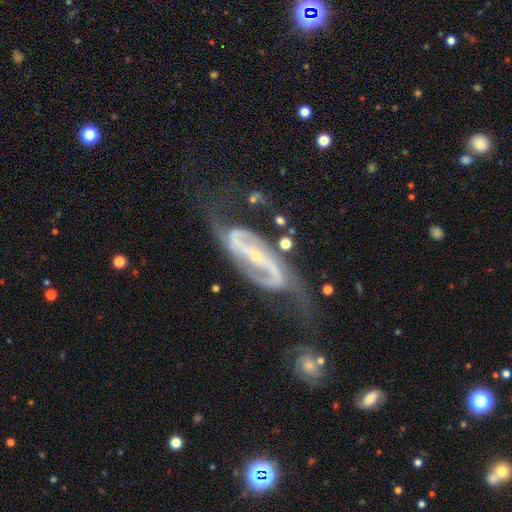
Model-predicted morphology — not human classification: Q: Smooth or featured?
A: featured or disk (91%); runner-up: star or artifact (5%)
Q: Edge-on disk?
A: no (94%); runner-up: yes (6%)
Q: Bar?
A: strong (66%); runner-up: weak (21%)
Q: Spiral arms?
A: yes (97%); runner-up: no (3%)
Q: Spiral winding?
A: medium (50%); runner-up: loose (28%)
Q: Spiral arm count?
A: 2 (92%); runner-up: can't tell (2%)
Q: Bulge size?
A: small (79%); runner-up: moderate (16%)
Q: Merging?
A: none (53%); runner-up: minor disturbance (23%)